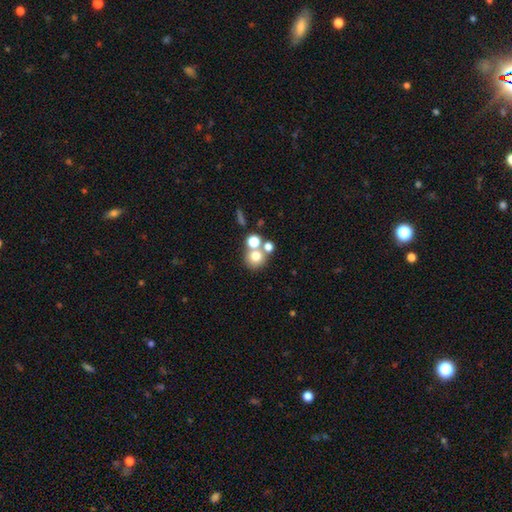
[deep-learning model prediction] smooth_or_featured: smooth (p=0.70) [alt: star or artifact p=0.15]
how_rounded: round (p=0.86) [alt: in between p=0.13]
merging: none (p=0.49) [alt: merger p=0.40]